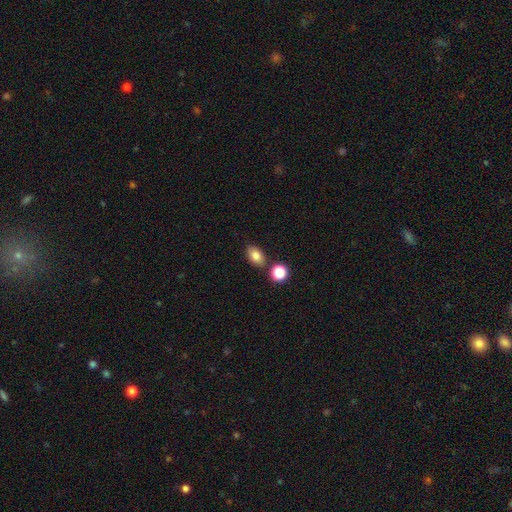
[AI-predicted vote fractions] Morphology: type=smooth (81%); roundness=in between (80%); merging=none (74%).